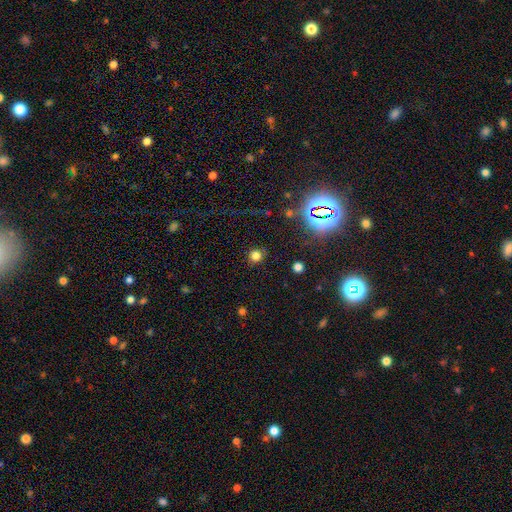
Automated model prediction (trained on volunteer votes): smooth-or-featured: smooth: 72% | star or artifact: 22% | featured or disk: 6%
  how-rounded: round: 85% | in between: 14% | cigar-shaped: 1%
  merging: none: 84% | minor disturbance: 10% | major disturbance: 4% | merger: 2%